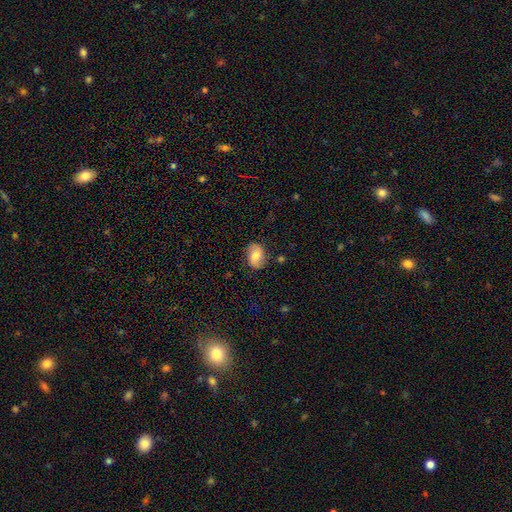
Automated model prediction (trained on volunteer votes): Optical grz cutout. It shows a smooth galaxy with no disk features (57%) that is in between round and cigar-shaped (74%). Merging: none (78%).